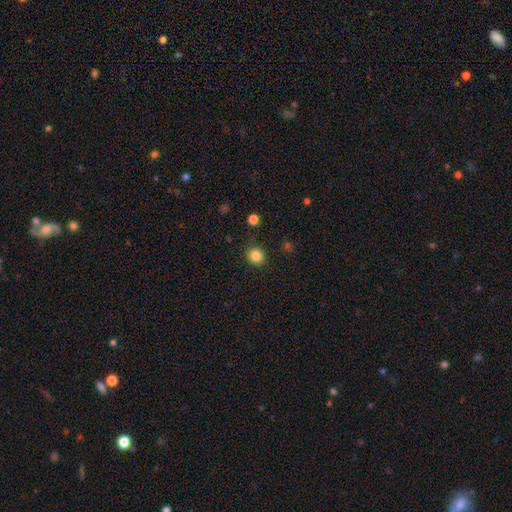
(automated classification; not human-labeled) Smooth or featured?
  - smooth: 84% *
  - star or artifact: 11%
  - featured or disk: 5%
How rounded?
  - round: 82% *
  - in between: 17%
  - cigar-shaped: 1%
Merging?
  - none: 89% *
  - minor disturbance: 7%
  - major disturbance: 2%
  - merger: 2%